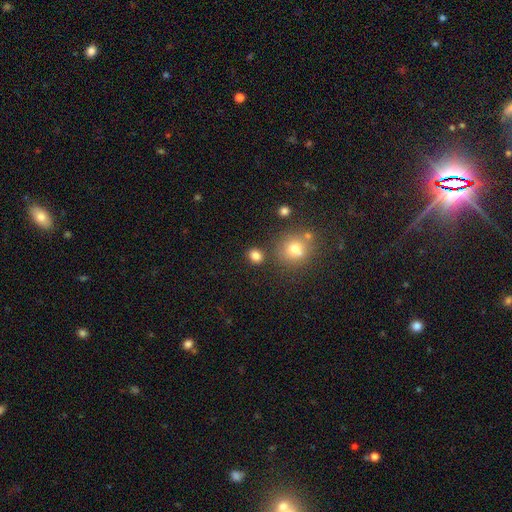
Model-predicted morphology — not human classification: Q: Smooth or featured?
A: smooth (81%); runner-up: star or artifact (13%)
Q: How rounded?
A: round (69%); runner-up: in between (30%)
Q: Merging?
A: none (81%); runner-up: minor disturbance (9%)